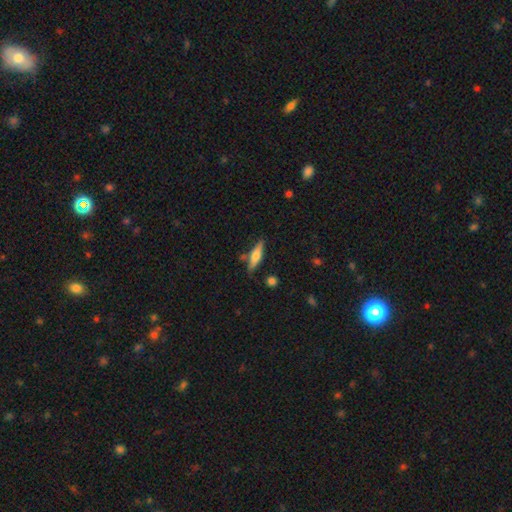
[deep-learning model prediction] smooth_or_featured: smooth (p=0.49) [alt: featured or disk p=0.45]
merging: none (p=0.79) [alt: minor disturbance p=0.13]